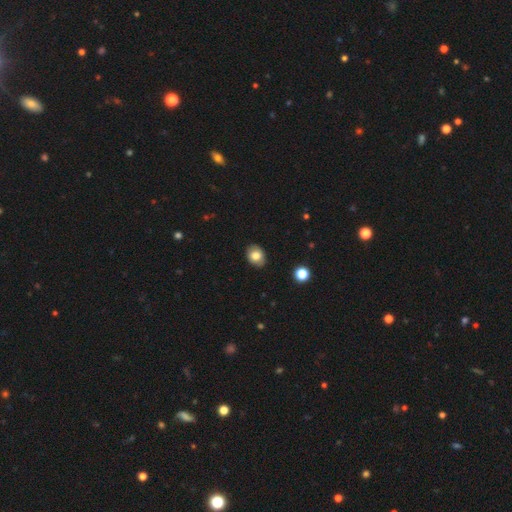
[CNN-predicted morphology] smooth 79%, featured or disk 13%, star or artifact 8%. Down the decision tree: how rounded — in between (65%); merging — none (87%).